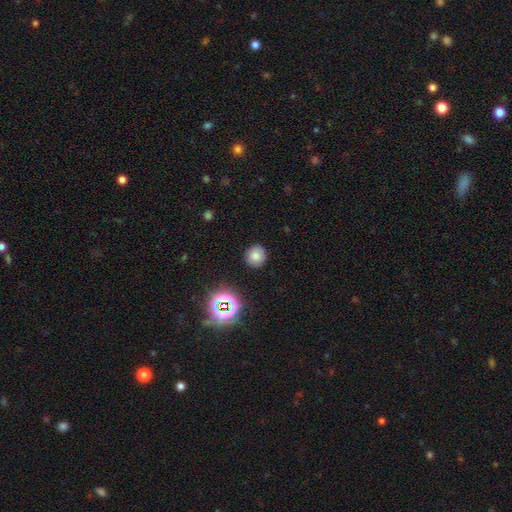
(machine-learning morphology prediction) Smooth or featured: smooth — 76% (star or artifact — 16%)
How rounded: round — 88% (in between — 12%)
Merging: none — 89% (minor disturbance — 7%)